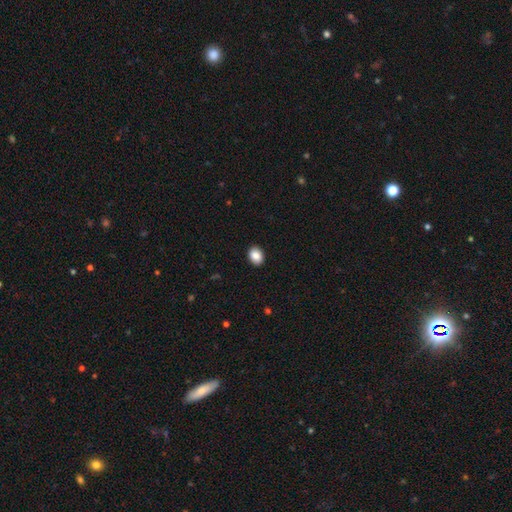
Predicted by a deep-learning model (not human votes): A smooth galaxy with no disk features (87%) that is in between round and cigar-shaped (65%). Merging: none (91%).